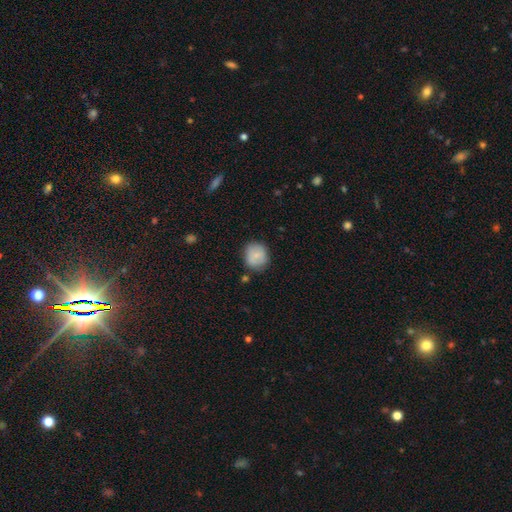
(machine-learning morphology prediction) The model was most divided on "merging": none: 74%, minor disturbance: 18%, major disturbance: 4%, merger: 4%. More confident: how rounded — round (82%); smooth or featured — smooth (78%).